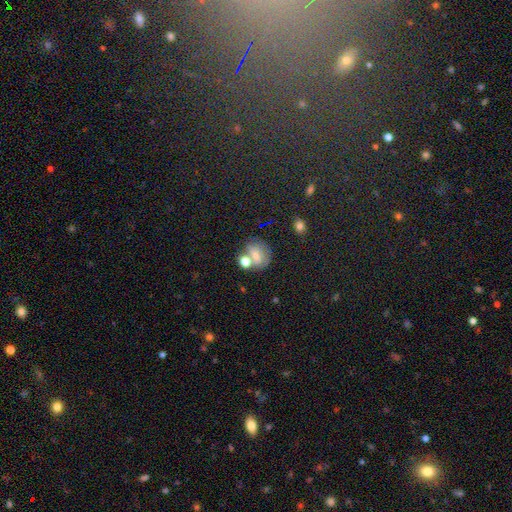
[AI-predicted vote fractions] This appears to be a smooth galaxy with no disk features (63%) that is round (61%). Merging: none (45%).